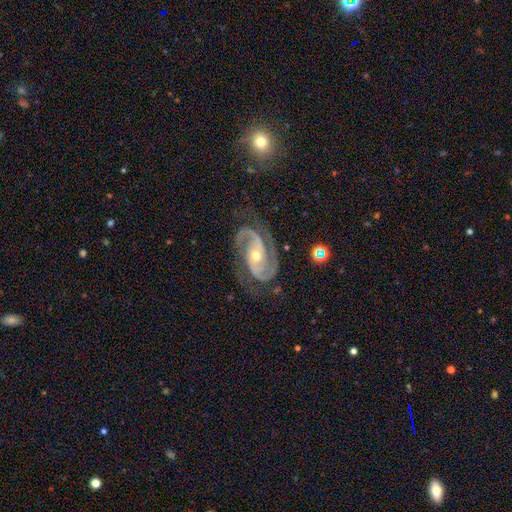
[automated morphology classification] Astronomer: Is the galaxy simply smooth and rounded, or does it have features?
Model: featured or disk — 93%.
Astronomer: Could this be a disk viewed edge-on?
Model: no — 98%.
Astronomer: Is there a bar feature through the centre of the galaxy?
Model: no — 51% (runner-up: weak, 27%).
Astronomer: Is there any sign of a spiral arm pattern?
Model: yes — 99%.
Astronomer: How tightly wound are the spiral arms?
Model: medium — 47% (runner-up: tight, 46%).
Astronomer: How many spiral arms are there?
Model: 2 — 88%.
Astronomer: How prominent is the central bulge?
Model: moderate — 54% (runner-up: small, 43%).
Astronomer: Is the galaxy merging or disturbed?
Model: none — 76%.